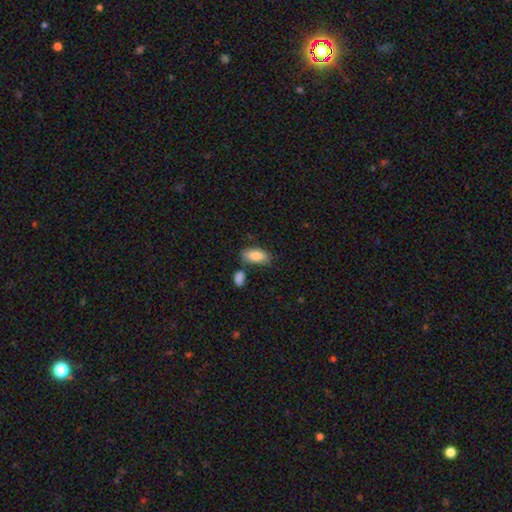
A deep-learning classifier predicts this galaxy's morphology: This is clearly a smooth galaxy (85%). How rounded: clearly in between (91%). Merging: likely none (70%).